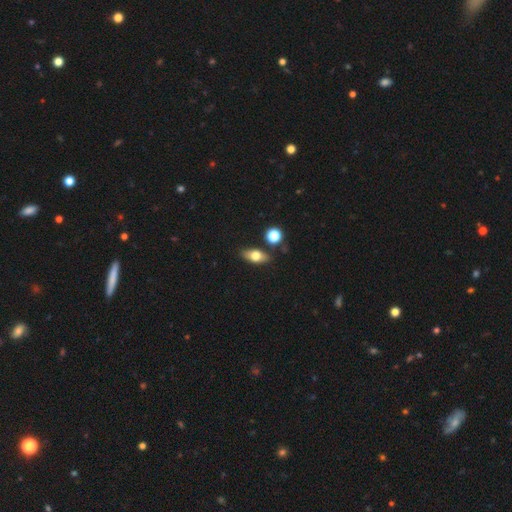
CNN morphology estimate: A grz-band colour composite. It shows a smooth galaxy with no disk features (65%) that is in between round and cigar-shaped (75%). Merging: none (80%).